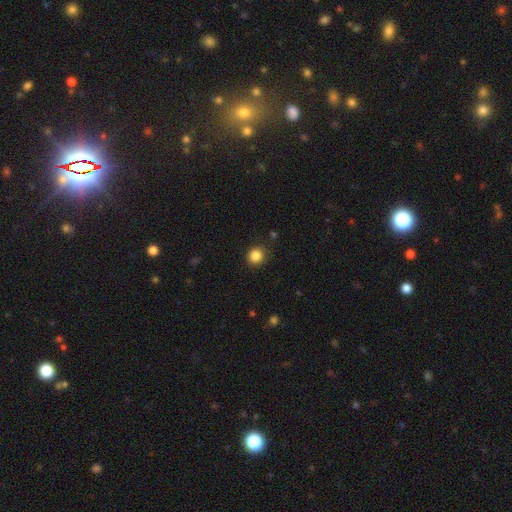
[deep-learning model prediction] smooth_or_featured: smooth (p=0.85) [alt: star or artifact p=0.11]
how_rounded: round (p=0.88) [alt: in between p=0.11]
merging: none (p=0.86) [alt: minor disturbance p=0.10]